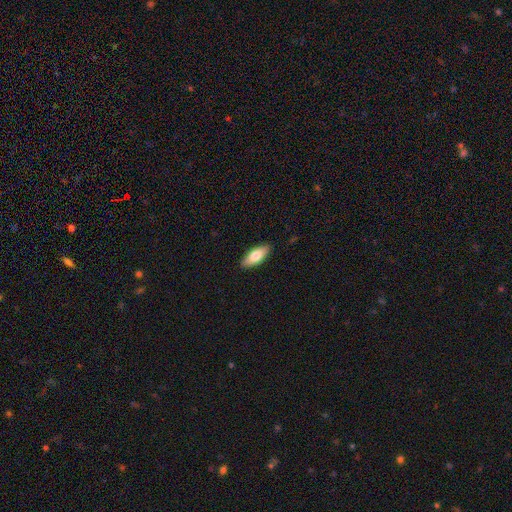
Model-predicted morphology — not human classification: Smooth or featured? smooth (78%)
How rounded? in between (78%)
Merging? none (89%)